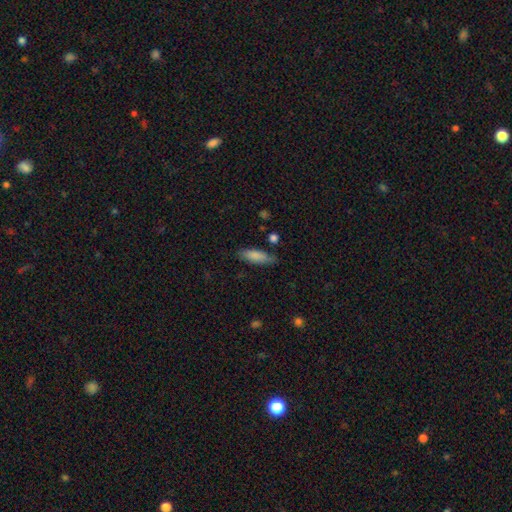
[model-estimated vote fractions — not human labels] smooth_or_featured: smooth (p=0.82) [alt: featured or disk p=0.11]
how_rounded: in between (p=0.60) [alt: cigar-shaped p=0.38]
merging: none (p=0.71) [alt: minor disturbance p=0.22]